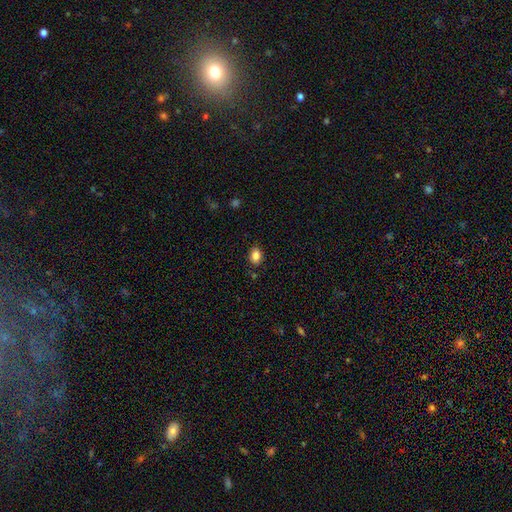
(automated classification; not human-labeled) A smooth galaxy with no disk features (86%) that is in between round and cigar-shaped (72%).

Vote fractions:
- Smooth or featured? smooth: 86% / star or artifact: 10% / featured or disk: 5%
- How rounded? in between: 72% / round: 27% / cigar-shaped: 1%
- Merging? none: 85% / minor disturbance: 10% / major disturbance: 3% / merger: 2%